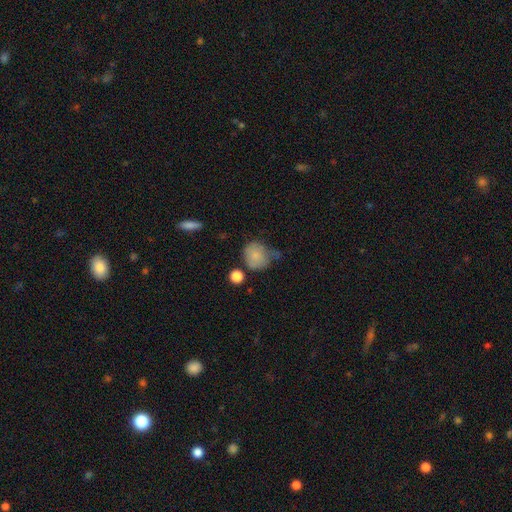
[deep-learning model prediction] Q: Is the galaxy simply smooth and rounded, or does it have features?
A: smooth — 78%.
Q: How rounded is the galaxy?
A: round — 72%.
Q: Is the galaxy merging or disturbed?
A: none — 40%.